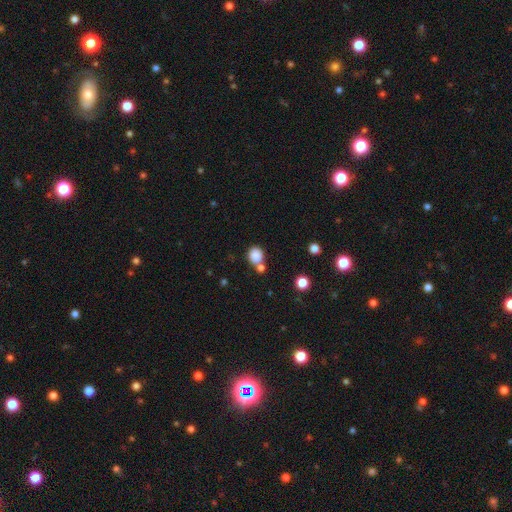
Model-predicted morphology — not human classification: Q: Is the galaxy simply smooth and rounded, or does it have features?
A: smooth — 85%.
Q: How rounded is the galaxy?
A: round — 78%.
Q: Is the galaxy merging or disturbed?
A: none — 59%.